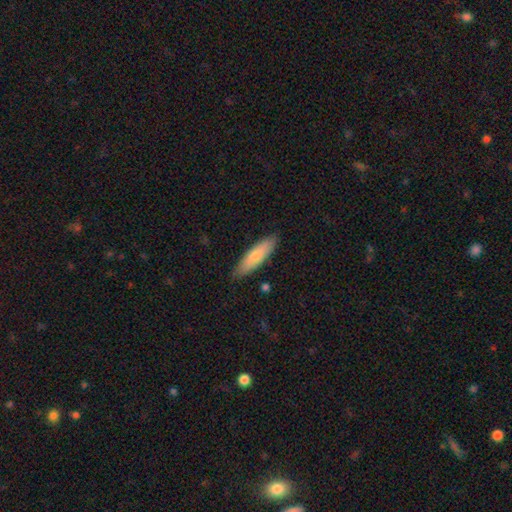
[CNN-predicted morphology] Smooth or featured: smooth — 75% (featured or disk — 20%)
How rounded: cigar-shaped — 60% (in between — 38%)
Merging: none — 86% (minor disturbance — 11%)